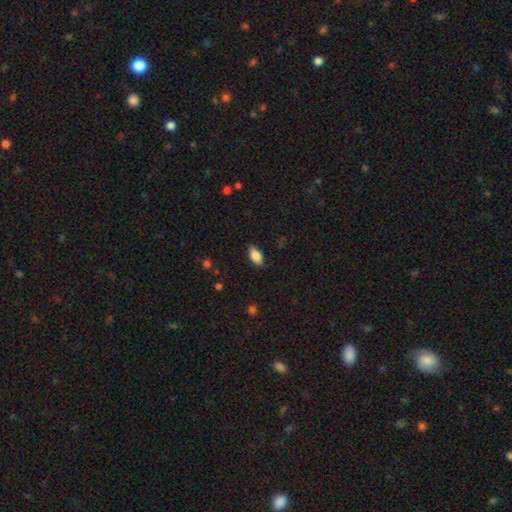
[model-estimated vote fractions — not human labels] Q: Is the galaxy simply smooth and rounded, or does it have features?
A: smooth — 80%.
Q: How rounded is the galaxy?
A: in between — 89%.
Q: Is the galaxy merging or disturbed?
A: none — 84%.